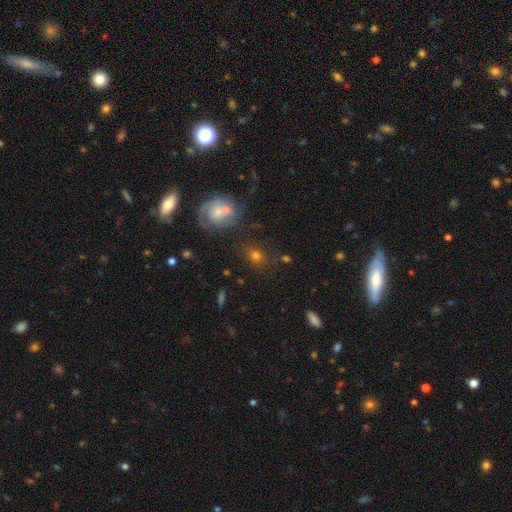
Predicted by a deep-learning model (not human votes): Smooth or featured? smooth (62%)
How rounded? round (74%)
Merging? none (72%)